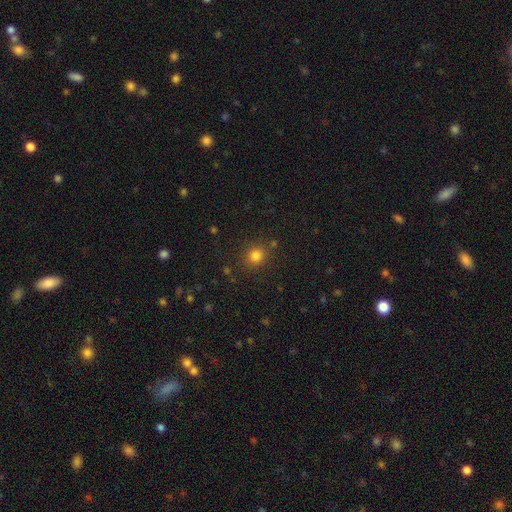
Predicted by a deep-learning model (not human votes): A smooth galaxy with no disk features (80%) that is round (86%). Merging: none (85%).